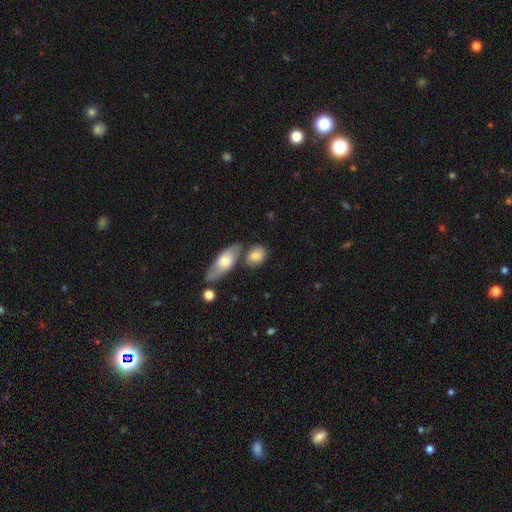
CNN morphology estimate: Smooth or featured? Predicted: smooth (p=0.76). How rounded? Predicted: in between (p=0.61). Merging? Predicted: none (p=0.54).